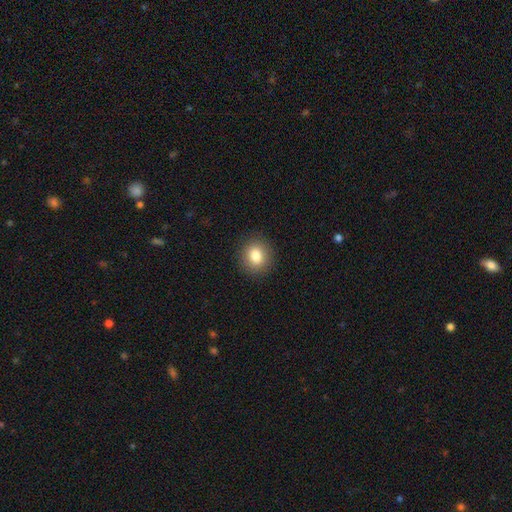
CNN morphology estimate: A smooth galaxy with no disk features (82%) that is round (76%).

Vote fractions:
- Smooth or featured? smooth: 82% / star or artifact: 10% / featured or disk: 8%
- How rounded? round: 76% / in between: 23% / cigar-shaped: 1%
- Merging? none: 90% / minor disturbance: 7% / major disturbance: 2% / merger: 1%